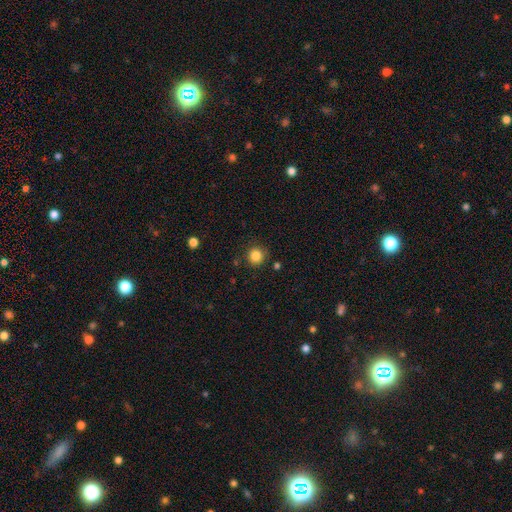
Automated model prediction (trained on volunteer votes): A smooth galaxy with no disk features (85%) that is round (93%).

Vote fractions:
- Smooth or featured? smooth: 85% / star or artifact: 11% / featured or disk: 4%
- How rounded? round: 93% / in between: 6% / cigar-shaped: 1%
- Merging? none: 87% / minor disturbance: 8% / major disturbance: 2% / merger: 2%